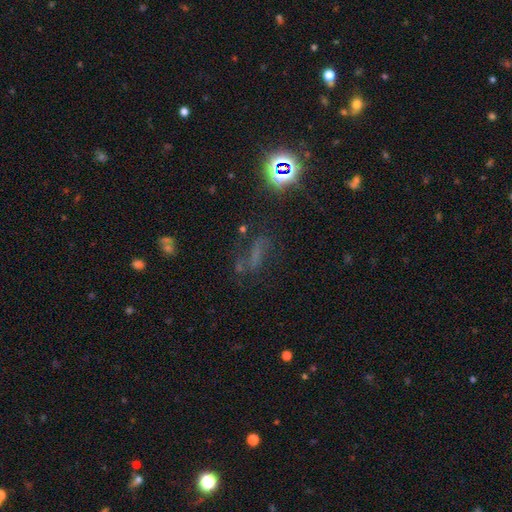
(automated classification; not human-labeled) smooth_or_featured: star or artifact (p=0.42) [alt: smooth p=0.32]